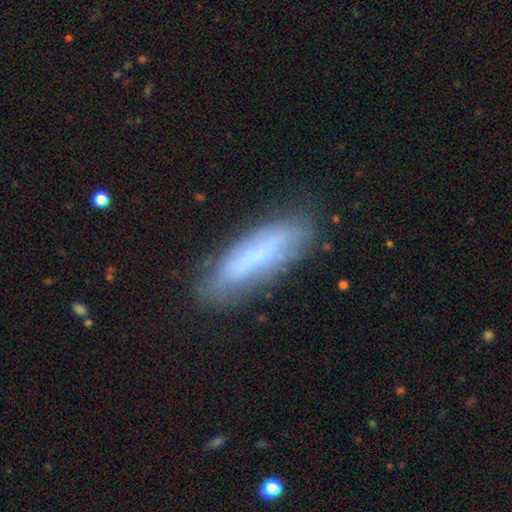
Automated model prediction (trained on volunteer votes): Morphology: type=smooth (60%); roundness=cigar-shaped (63%); merging=none (75%).